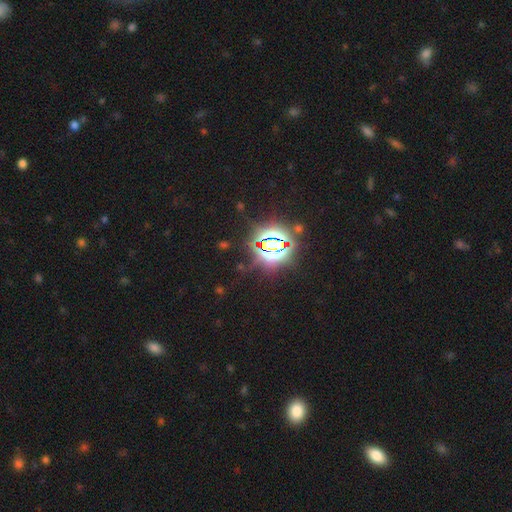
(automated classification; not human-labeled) A star or artifact, not a galaxy (84%).